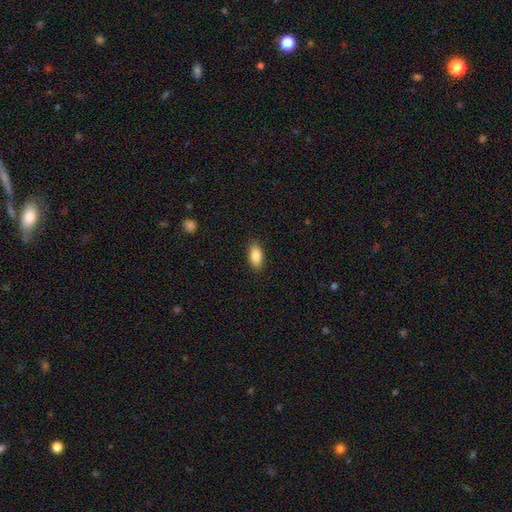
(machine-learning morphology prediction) The model was most divided on "how rounded": in between: 87%, cigar-shaped: 10%, round: 3%. More confident: merging — none (88%); smooth or featured — smooth (87%).